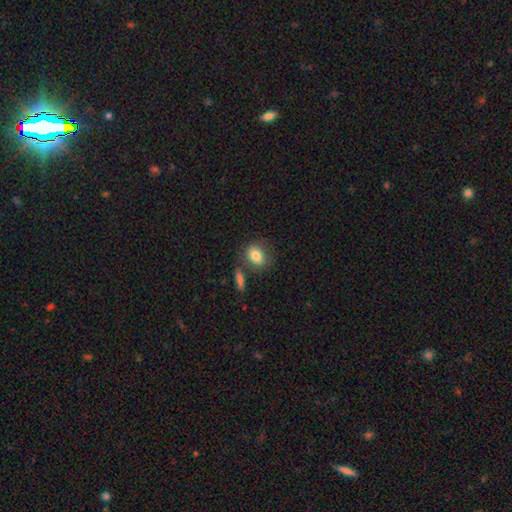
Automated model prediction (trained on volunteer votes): smooth 81%, featured or disk 11%, star or artifact 8%. Down the decision tree: how rounded — in between (68%); merging — none (66%).